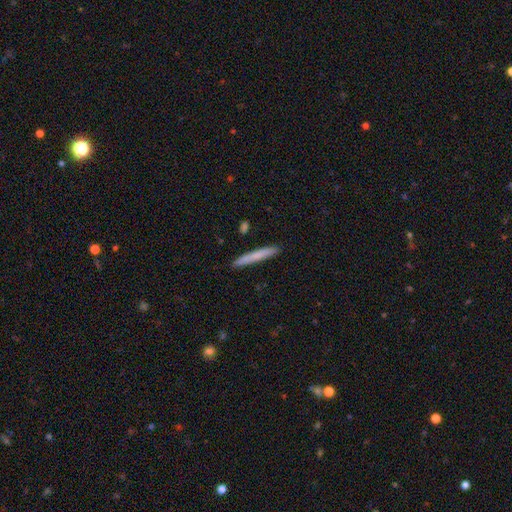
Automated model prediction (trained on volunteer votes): Smooth or featured: smooth — 72% (featured or disk — 22%)
How rounded: cigar-shaped — 96% (in between — 2%)
Merging: none — 90% (minor disturbance — 7%)